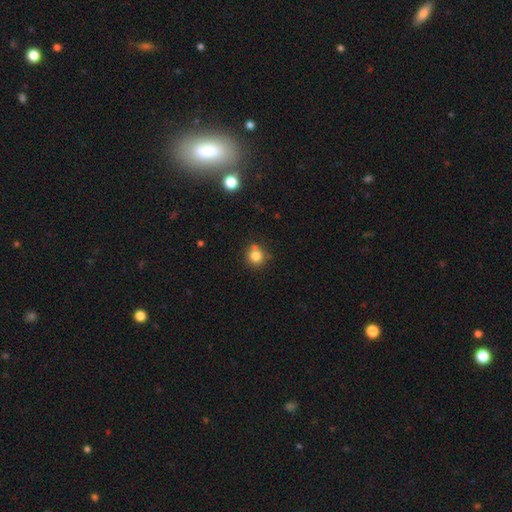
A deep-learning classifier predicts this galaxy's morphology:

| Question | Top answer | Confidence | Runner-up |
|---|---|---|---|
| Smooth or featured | smooth | 81% | star or artifact (12%) |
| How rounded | round | 87% | in between (12%) |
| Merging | none | 70% | minor disturbance (16%) |